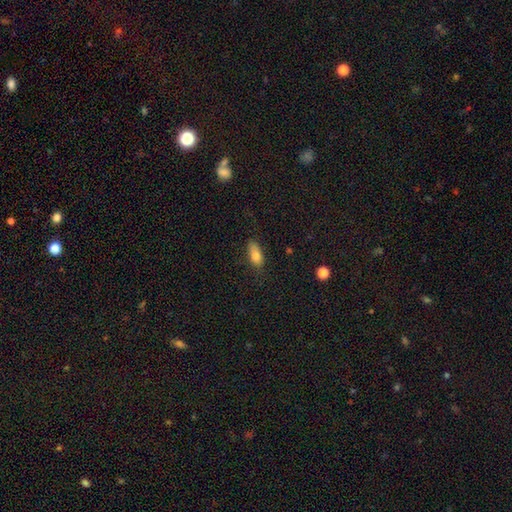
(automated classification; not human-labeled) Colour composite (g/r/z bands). It shows a smooth galaxy with no disk features (79%) that is in between round and cigar-shaped (82%). Merging: none (72%).